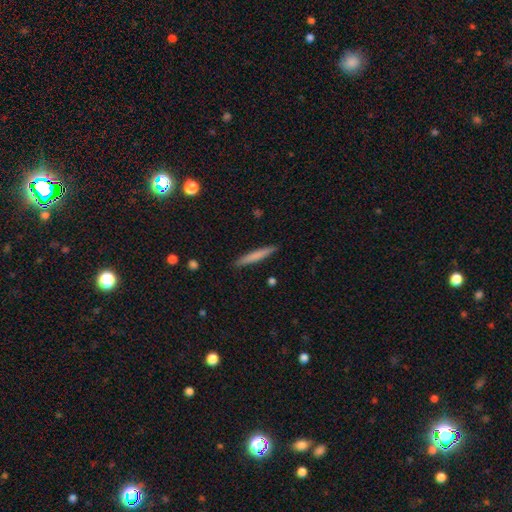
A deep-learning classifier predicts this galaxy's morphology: A smooth galaxy with no disk features (72%) that is cigar-shaped (96%).

Vote fractions:
- Smooth or featured? smooth: 72% / featured or disk: 22% / star or artifact: 6%
- How rounded? cigar-shaped: 96% / in between: 3% / round: 1%
- Merging? none: 90% / minor disturbance: 7% / major disturbance: 1% / merger: 1%